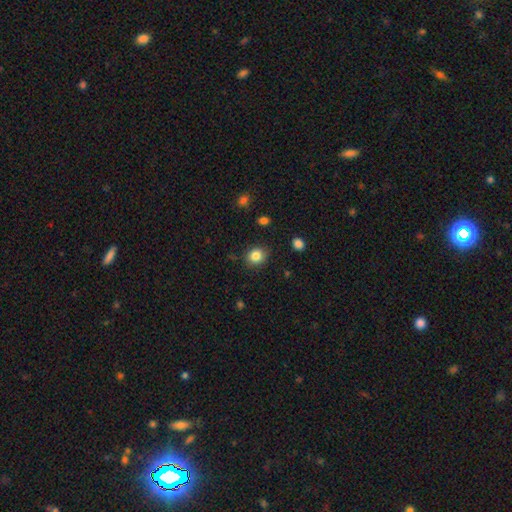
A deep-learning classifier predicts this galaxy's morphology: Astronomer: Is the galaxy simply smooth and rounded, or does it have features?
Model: smooth — 84%.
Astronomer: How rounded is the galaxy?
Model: round — 72%.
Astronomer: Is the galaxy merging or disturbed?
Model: none — 85%.